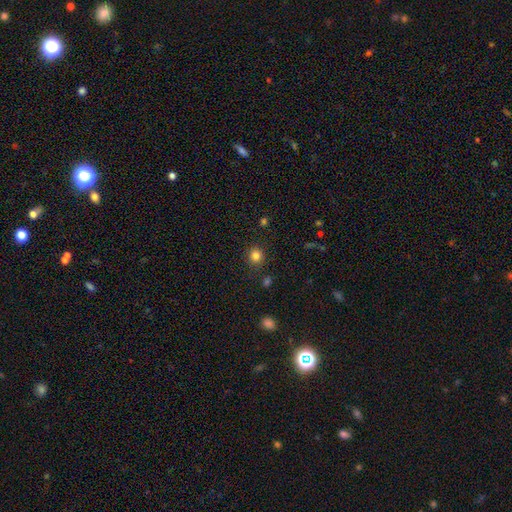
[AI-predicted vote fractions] The model was most divided on "smooth or featured": smooth: 82%, star or artifact: 13%, featured or disk: 5%. More confident: how rounded — round (91%); merging — none (89%).